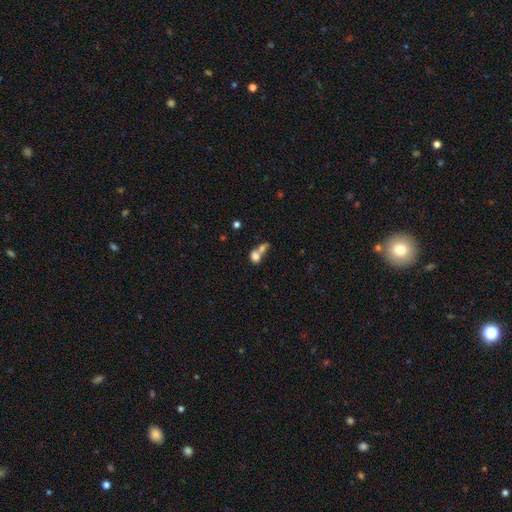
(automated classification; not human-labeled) Smooth or featured? Predicted: smooth (p=0.75). How rounded? Predicted: in between (p=0.49, tied with round). Merging? Predicted: merger (p=0.66).